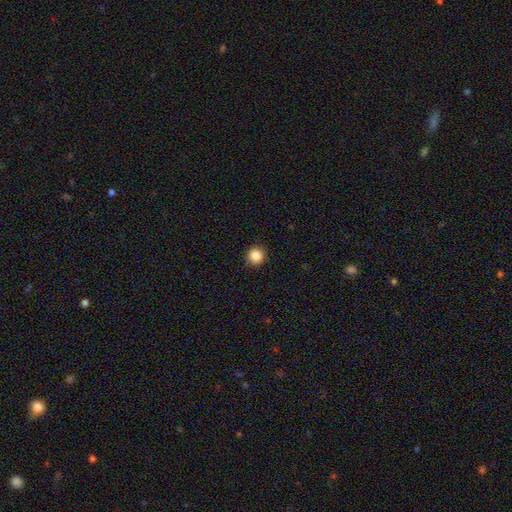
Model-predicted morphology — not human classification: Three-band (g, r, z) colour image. It shows a smooth galaxy with no disk features (87%) that is round (93%). Merging: none (91%).